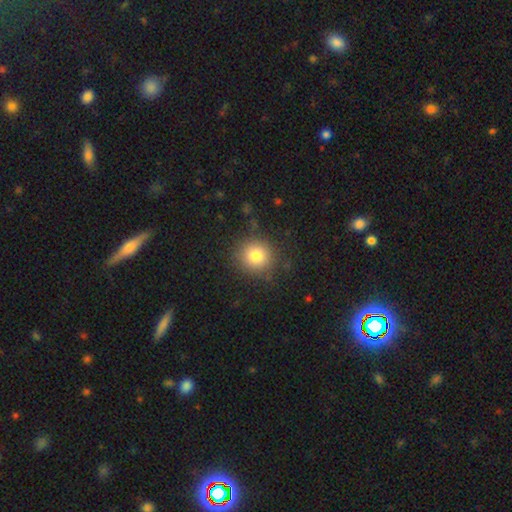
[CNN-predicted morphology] smooth-or-featured: smooth: 81% | star or artifact: 11% | featured or disk: 8%
  how-rounded: round: 92% | in between: 7% | cigar-shaped: 1%
  merging: none: 86% | minor disturbance: 9% | major disturbance: 4% | merger: 1%